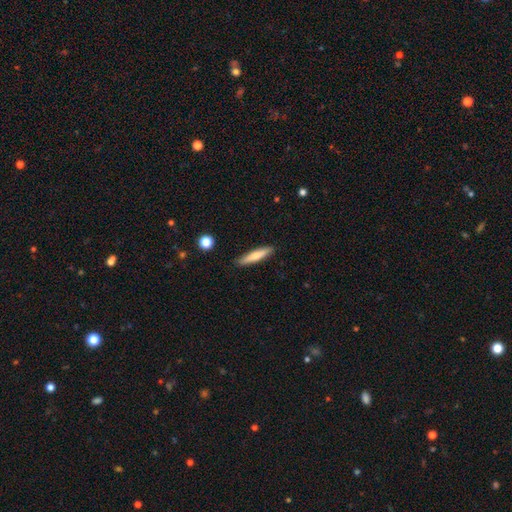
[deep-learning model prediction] This appears to be a smooth galaxy with no disk features (64%) that is cigar-shaped (86%). Merging: none (89%).